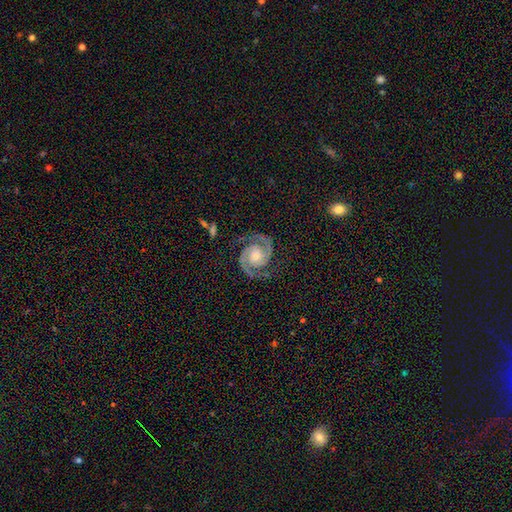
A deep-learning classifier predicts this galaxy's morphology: Smooth or featured? featured or disk (93%)
Edge-on disk? no (98%)
Bar? no (69%)
Spiral arms? yes (99%)
Spiral winding? medium (47%, tied with tight)
Spiral arm count? 2 (95%)
Bulge size? small (45%, tied with moderate)
Merging? none (83%)